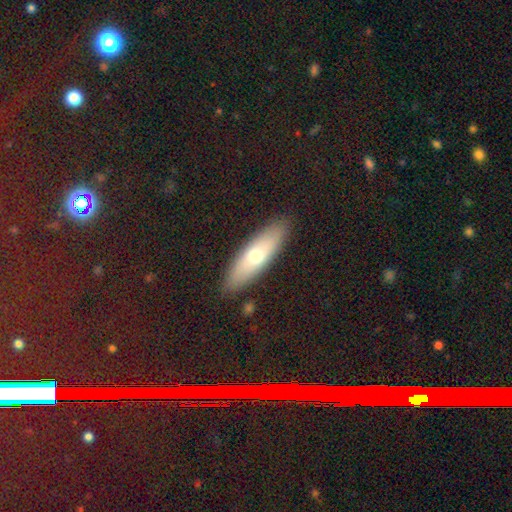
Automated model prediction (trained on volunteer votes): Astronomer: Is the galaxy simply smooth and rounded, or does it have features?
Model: smooth — 62%.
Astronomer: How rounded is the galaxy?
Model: cigar-shaped — 54% (runner-up: in between, 44%).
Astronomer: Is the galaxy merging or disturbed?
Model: none — 89%.